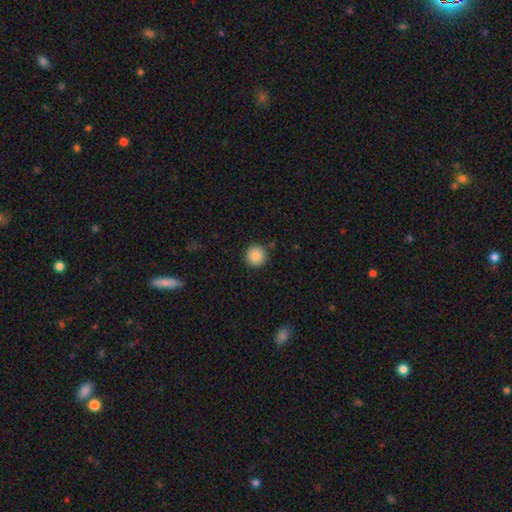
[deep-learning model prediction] A smooth galaxy with no disk features (88%) that is round (95%). Merging: none (88%).